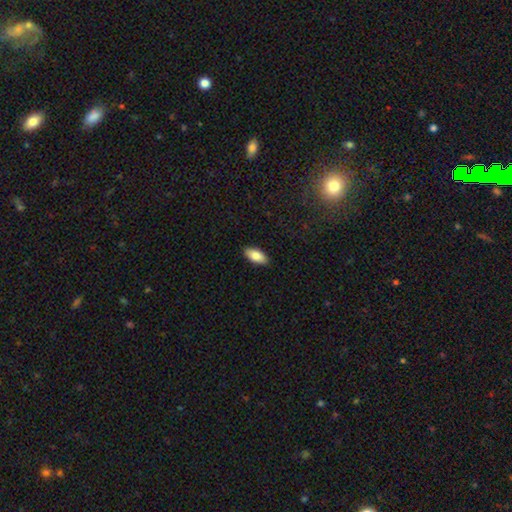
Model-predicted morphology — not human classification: The model was most divided on "smooth or featured": smooth: 84%, featured or disk: 10%, star or artifact: 6%. More confident: how rounded — in between (91%); merging — none (90%).